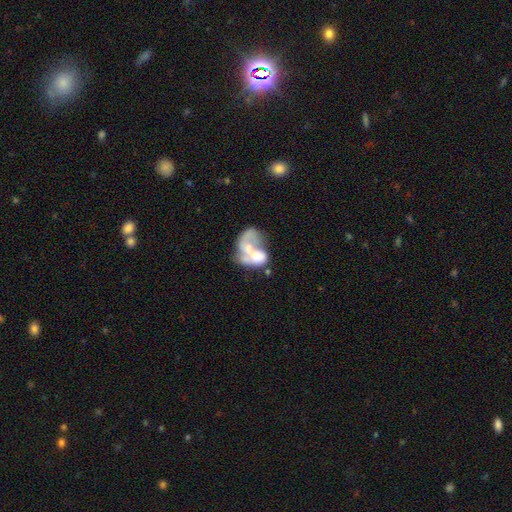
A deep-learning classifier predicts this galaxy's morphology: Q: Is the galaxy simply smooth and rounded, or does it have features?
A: featured or disk — 56%.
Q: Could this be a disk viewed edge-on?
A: no — 98%.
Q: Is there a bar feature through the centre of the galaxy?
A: no — 84%.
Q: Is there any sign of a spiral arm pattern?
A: no — 79%.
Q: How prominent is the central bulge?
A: moderate — 35%.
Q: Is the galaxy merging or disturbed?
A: merger — 51%.